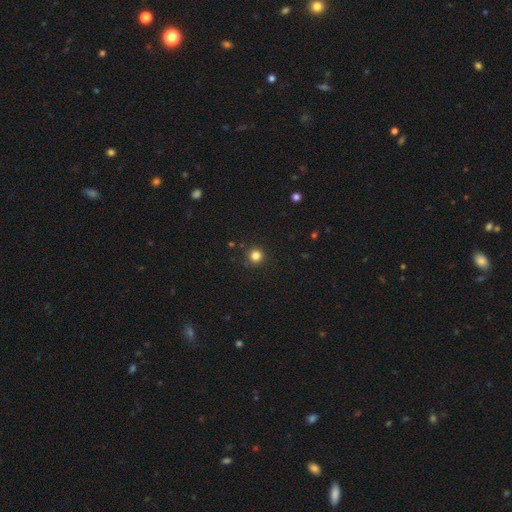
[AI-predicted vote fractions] smooth-or-featured: smooth: 82% | star or artifact: 13% | featured or disk: 4%
  how-rounded: round: 95% | in between: 4% | cigar-shaped: 1%
  merging: none: 91% | minor disturbance: 6% | major disturbance: 2% | merger: 1%